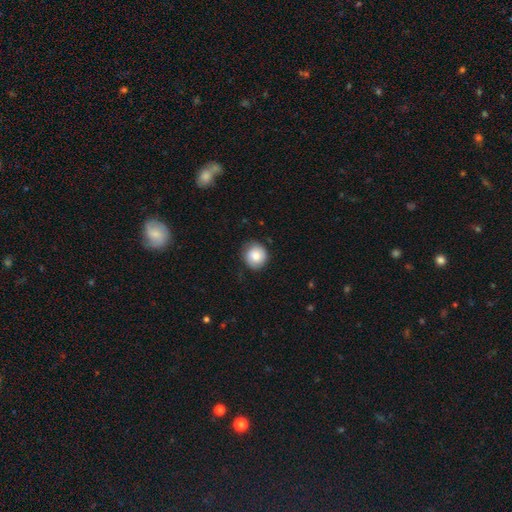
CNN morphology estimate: This appears to be a smooth galaxy with no disk features (81%) that is round (86%). Merging: none (79%).